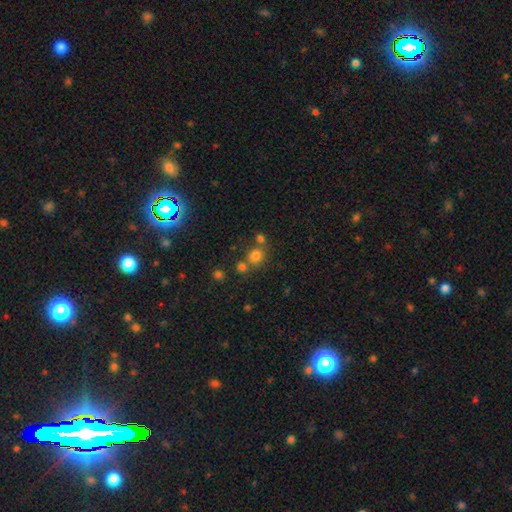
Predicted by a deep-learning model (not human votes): Smooth or featured: smooth — 76% (star or artifact — 17%)
How rounded: round — 77% (in between — 22%)
Merging: none — 60% (merger — 27%)